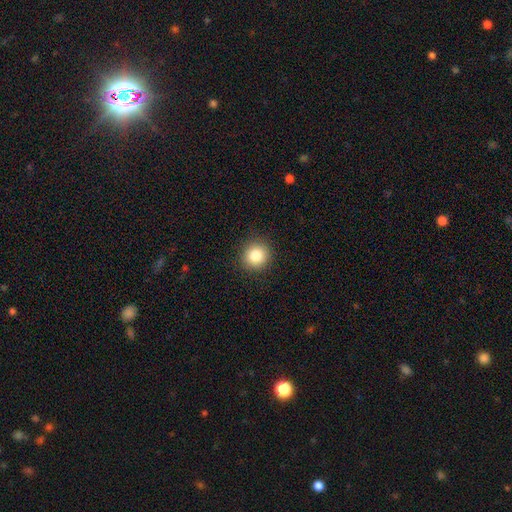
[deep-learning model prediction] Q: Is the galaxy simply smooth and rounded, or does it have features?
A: smooth — 84%.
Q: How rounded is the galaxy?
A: round — 91%.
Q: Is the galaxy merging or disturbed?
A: none — 91%.